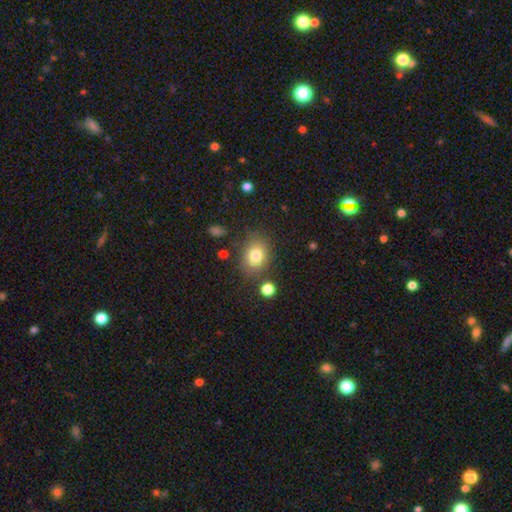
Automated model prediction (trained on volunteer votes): Smooth or featured?
  - smooth: 80% *
  - star or artifact: 10%
  - featured or disk: 10%
How rounded?
  - in between: 56% *
  - round: 43%
  - cigar-shaped: 1%
Merging?
  - none: 78% *
  - minor disturbance: 13%
  - merger: 5%
  - major disturbance: 4%